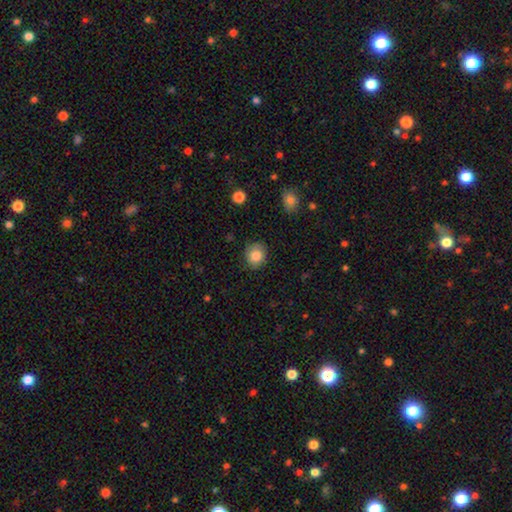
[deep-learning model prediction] This appears to be a smooth galaxy with no disk features (84%) that is round (73%). Merging: none (78%).